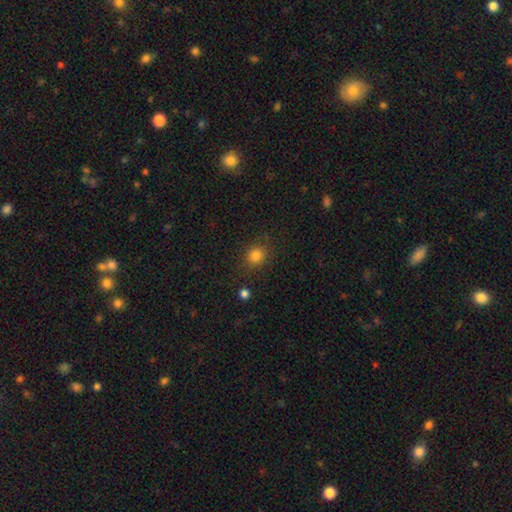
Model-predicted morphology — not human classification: A smooth galaxy with no disk features (82%) that is round (81%).

Vote fractions:
- Smooth or featured? smooth: 82% / star or artifact: 13% / featured or disk: 5%
- How rounded? round: 81% / in between: 18% / cigar-shaped: 1%
- Merging? none: 85% / minor disturbance: 9% / major disturbance: 3% / merger: 2%